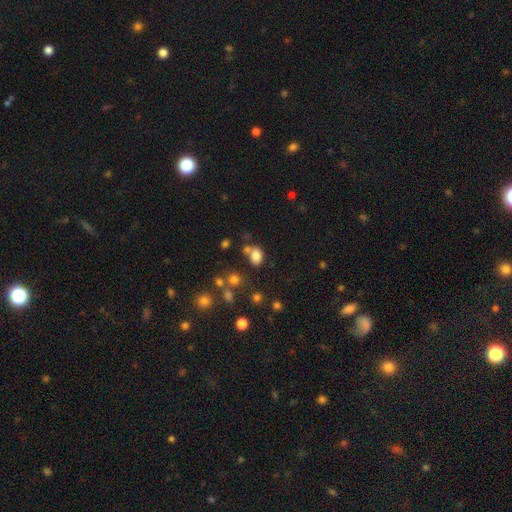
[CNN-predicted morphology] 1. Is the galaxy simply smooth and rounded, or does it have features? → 79% smooth, 13% star or artifact, 8% featured or disk.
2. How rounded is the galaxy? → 67% in between, 32% round, 1% cigar-shaped.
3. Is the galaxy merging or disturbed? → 58% none, 21% merger, 15% minor disturbance, 6% major disturbance.